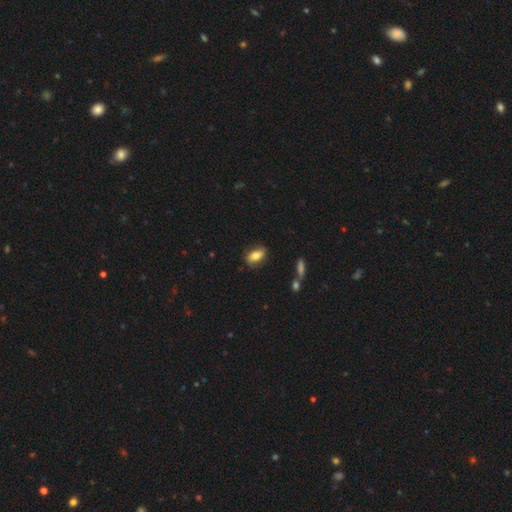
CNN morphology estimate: Smooth or featured? Predicted: smooth (p=0.77). How rounded? Predicted: in between (p=0.87). Merging? Predicted: none (p=0.77).